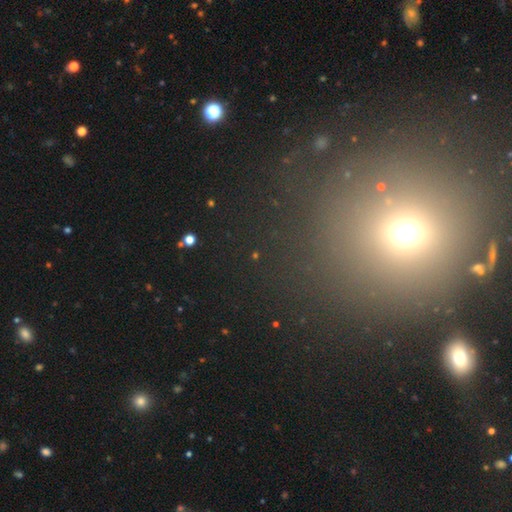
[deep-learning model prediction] Morphology: type=star or artifact (64%).